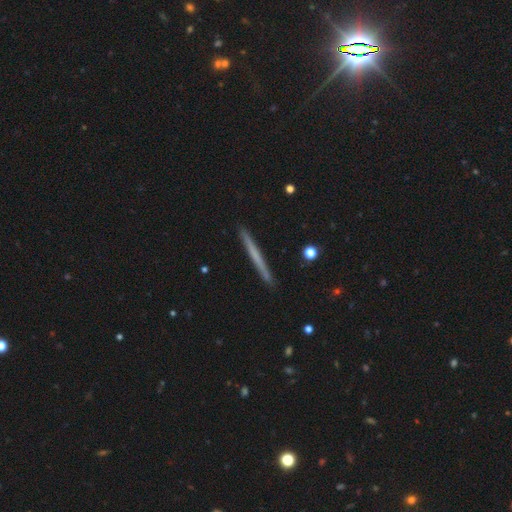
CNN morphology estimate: Smooth or featured: smooth — 52% (featured or disk — 43%)
How rounded: cigar-shaped — 97% (in between — 1%)
Merging: none — 92% (minor disturbance — 6%)